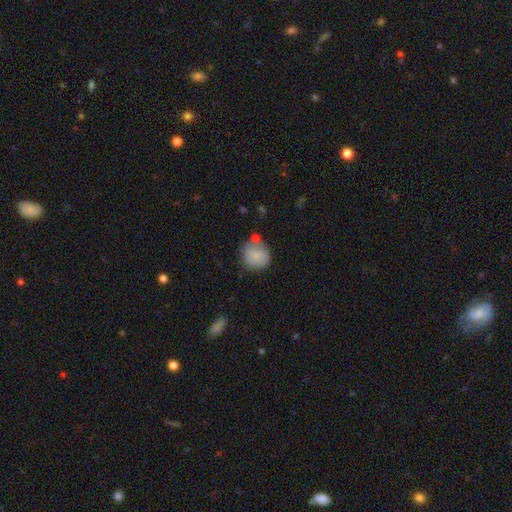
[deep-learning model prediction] Smooth or featured? smooth (82%)
How rounded? round (85%)
Merging? none (62%)